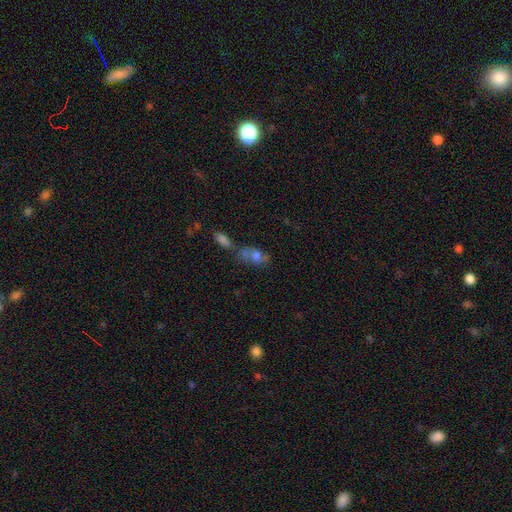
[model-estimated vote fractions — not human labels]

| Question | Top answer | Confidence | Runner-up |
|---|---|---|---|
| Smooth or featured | smooth | 66% | featured or disk (21%) |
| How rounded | in between | 75% | round (18%) |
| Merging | merger | 47% | none (31%) |